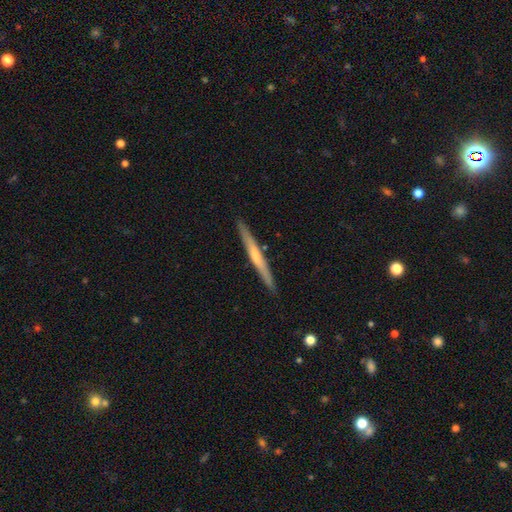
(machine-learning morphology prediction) This appears to be a featured or disk galaxy (52%) viewed edge-on (97%) with no central bulge (63%). Merging: none (90%).